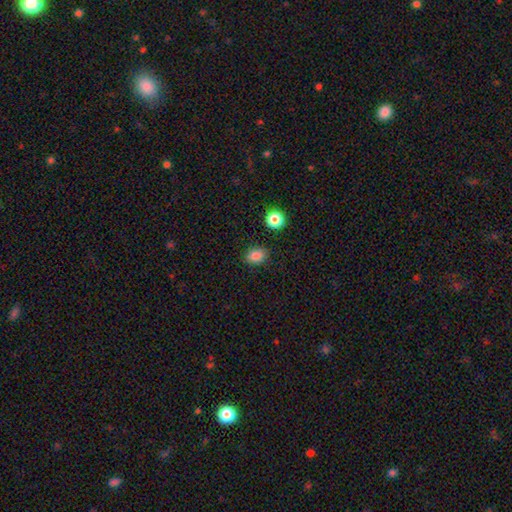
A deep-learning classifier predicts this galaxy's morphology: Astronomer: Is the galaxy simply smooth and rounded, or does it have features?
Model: smooth — 85%.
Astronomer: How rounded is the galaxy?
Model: in between — 66%.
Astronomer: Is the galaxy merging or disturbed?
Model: none — 85%.